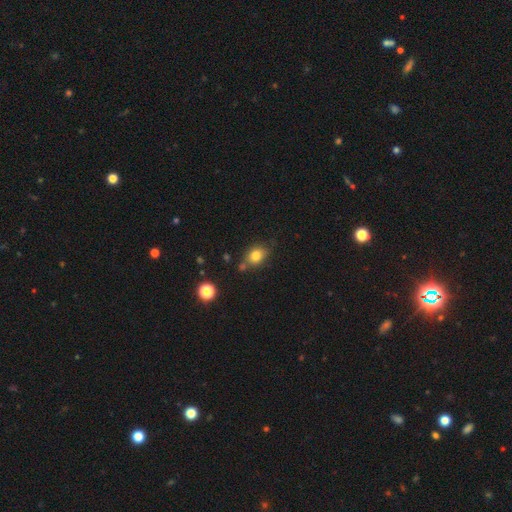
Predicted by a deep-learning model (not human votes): Smooth or featured: smooth — 80% (star or artifact — 11%)
How rounded: in between — 52% (round — 47%)
Merging: none — 67% (minor disturbance — 17%)